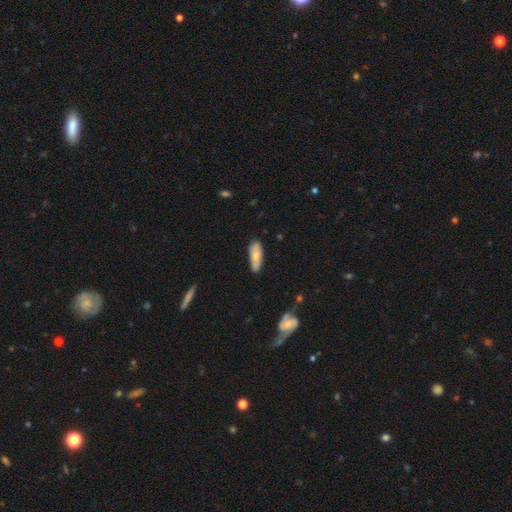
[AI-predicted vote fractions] A smooth galaxy with no disk features (69%) that is in between round and cigar-shaped (60%).

Vote fractions:
- Smooth or featured? smooth: 69% / featured or disk: 25% / star or artifact: 6%
- How rounded? in between: 60% / cigar-shaped: 38% / round: 2%
- Merging? none: 75% / minor disturbance: 19% / major disturbance: 3% / merger: 2%